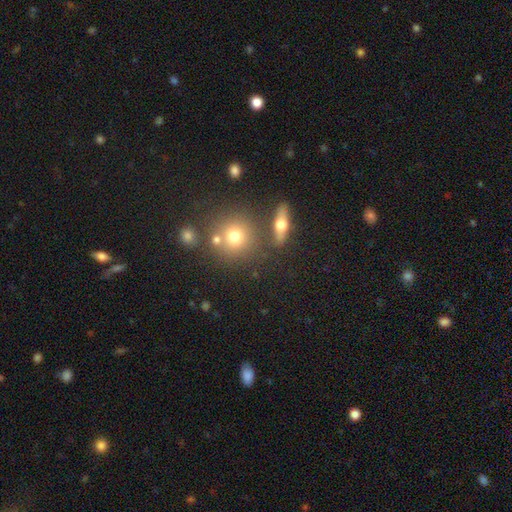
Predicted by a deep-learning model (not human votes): Smooth or featured? Predicted: smooth (p=0.55). How rounded? Predicted: round (p=0.83). Merging? Predicted: none (p=0.66).